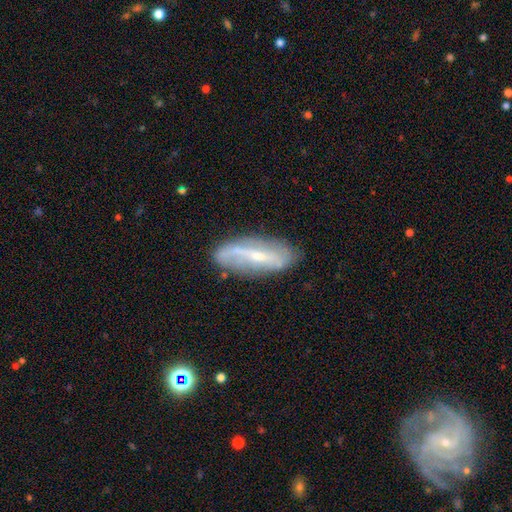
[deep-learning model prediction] Overall: featured or disk (70%). Edge-on disk: no (81%). Bar: strong (39%, tied with weak). Spiral arms: yes (76%). Bulge size: small (62%; moderate 31%). Merging: none (75%).